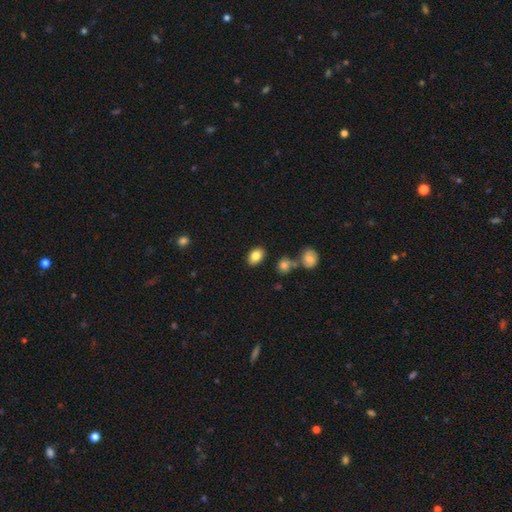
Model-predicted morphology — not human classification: smooth 83%, star or artifact 9%, featured or disk 8%. Down the decision tree: how rounded — in between (81%); merging — none (84%).